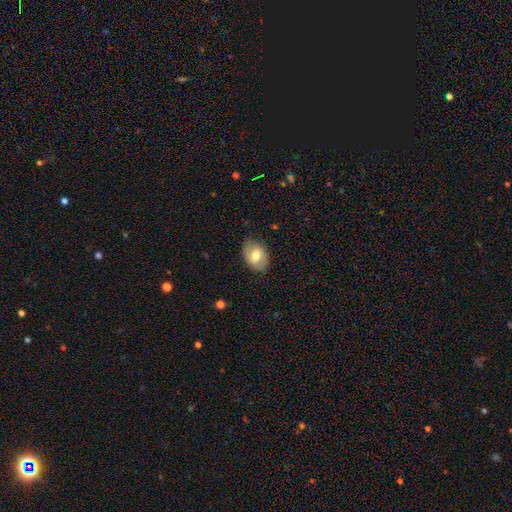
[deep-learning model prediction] Overall: smooth (64%; featured or disk 29%). How rounded: in between (78%). Merging: none (81%).